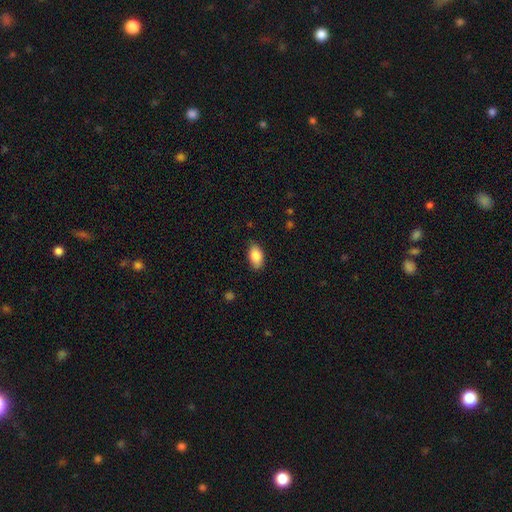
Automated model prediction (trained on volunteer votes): Morphology: type=smooth (87%); roundness=in between (93%); merging=none (83%).